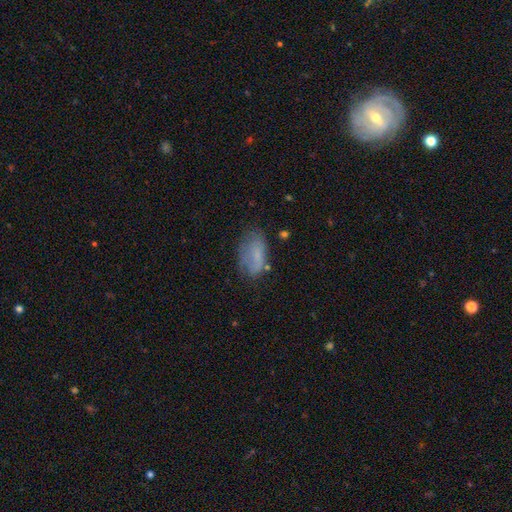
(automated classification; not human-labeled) Overall: smooth (67%). How rounded: in between (91%). Merging: none (51%; minor disturbance 30%).